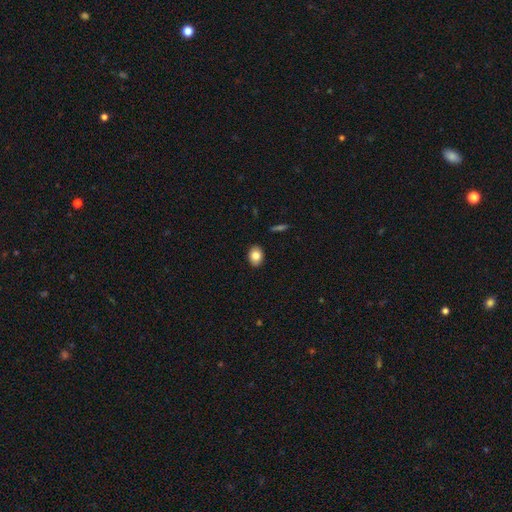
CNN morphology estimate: Smooth or featured? Predicted: smooth (p=0.82). How rounded? Predicted: in between (p=0.68). Merging? Predicted: none (p=0.90).